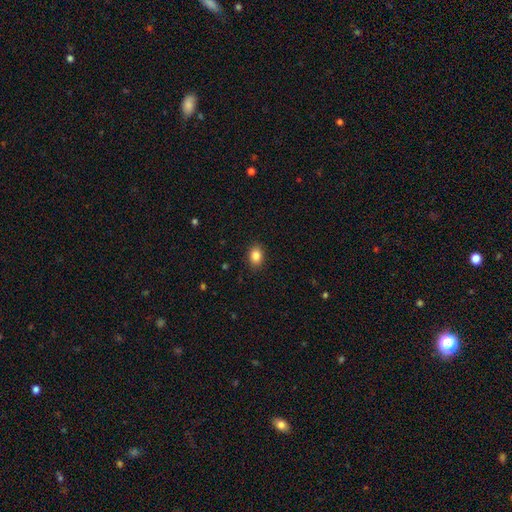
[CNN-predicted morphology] A smooth galaxy with no disk features (85%) that is in between round and cigar-shaped (67%).

Vote fractions:
- Smooth or featured? smooth: 85% / star or artifact: 9% / featured or disk: 6%
- How rounded? in between: 67% / round: 32% / cigar-shaped: 1%
- Merging? none: 89% / minor disturbance: 8% / major disturbance: 2% / merger: 1%